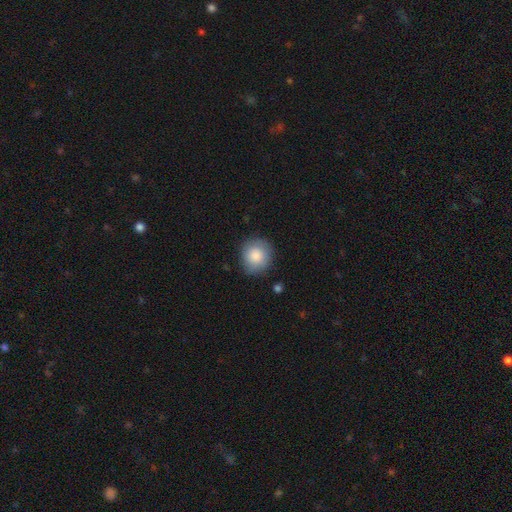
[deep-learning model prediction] Smooth or featured?
  - smooth: 85% *
  - featured or disk: 8%
  - star or artifact: 7%
How rounded?
  - round: 88% *
  - in between: 11%
  - cigar-shaped: 1%
Merging?
  - none: 82% *
  - minor disturbance: 13%
  - major disturbance: 3%
  - merger: 2%